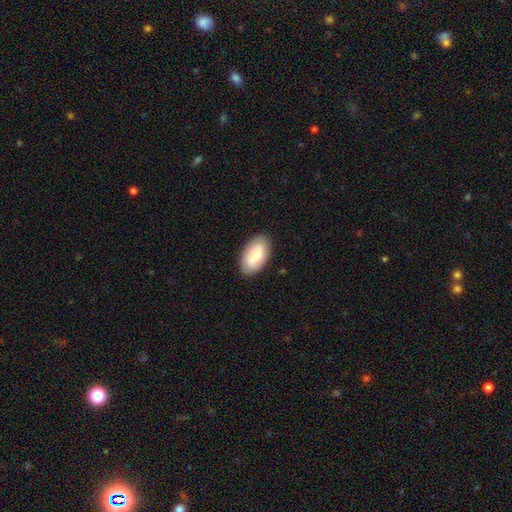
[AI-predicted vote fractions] This appears to be a smooth galaxy with no disk features (71%) that is in between round and cigar-shaped (95%). Merging: none (87%).